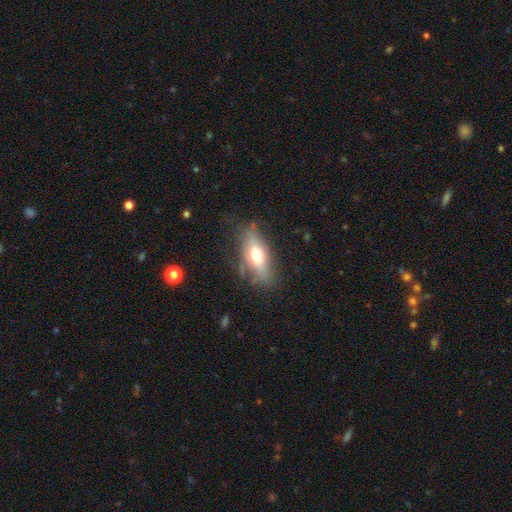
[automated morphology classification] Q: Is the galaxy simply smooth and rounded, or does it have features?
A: smooth — 54%.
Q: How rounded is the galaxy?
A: in between — 68%.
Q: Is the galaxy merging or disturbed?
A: none — 66%.